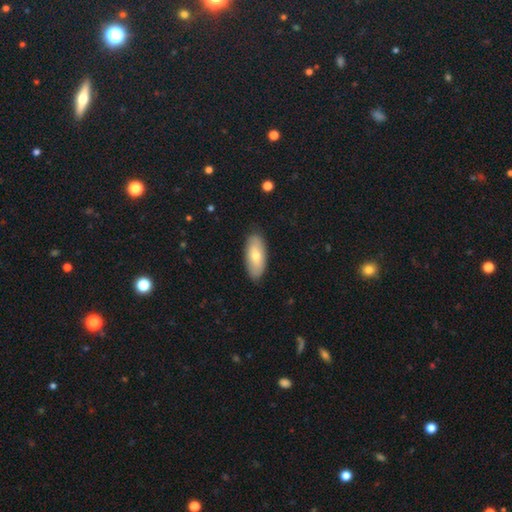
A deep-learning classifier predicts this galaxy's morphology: Smooth or featured? Predicted: smooth (p=0.67). How rounded? Predicted: in between (p=0.86). Merging? Predicted: none (p=0.87).